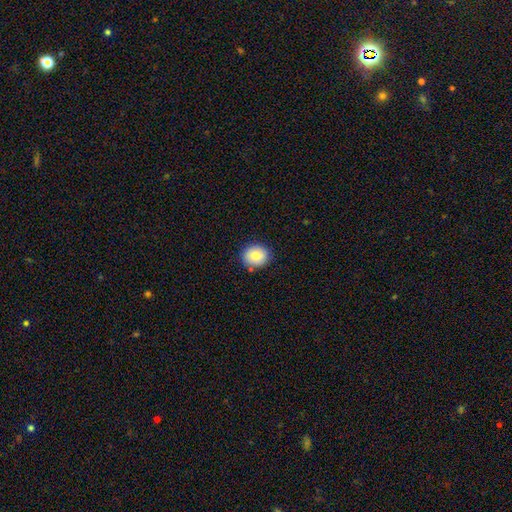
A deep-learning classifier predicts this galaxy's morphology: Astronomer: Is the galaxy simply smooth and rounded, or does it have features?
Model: smooth — 81%.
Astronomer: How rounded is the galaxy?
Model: round — 81%.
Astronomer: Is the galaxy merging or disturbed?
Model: none — 85%.